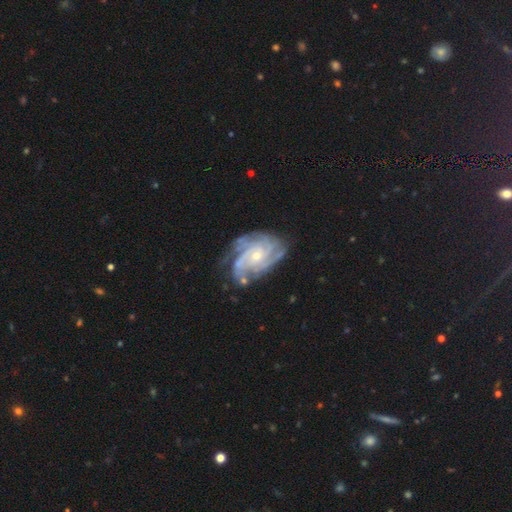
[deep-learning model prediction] A featured or disk galaxy (90%) with no bar (70%), 4 (34%) tight (65%) spiral arms (98%) and a small central bulge (69%).

Vote fractions:
- Smooth or featured? featured or disk: 90% / star or artifact: 5% / smooth: 5%
- Edge-on disk? no: 98% / yes: 2%
- Bar? no: 70% / weak: 24% / strong: 6%
- Spiral arms? yes: 98% / no: 2%
- Spiral winding? tight: 65% / medium: 30% / loose: 5%
- Spiral arm count? 4: 34% / 3: 22% / can't tell: 18% / more than 4: 10% / 2: 10% / 1: 7%
- Bulge size? small: 69% / moderate: 28% / none: 1% / large: 1% / dominant: 1%
- Merging? none: 69% / minor disturbance: 20% / major disturbance: 8% / merger: 3%